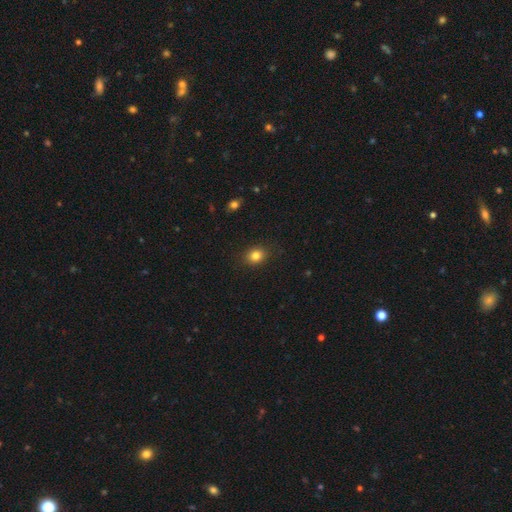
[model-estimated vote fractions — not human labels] Smooth or featured?
  - smooth: 83% *
  - star or artifact: 11%
  - featured or disk: 6%
How rounded?
  - round: 61% *
  - in between: 38%
  - cigar-shaped: 1%
Merging?
  - none: 88% *
  - minor disturbance: 9%
  - major disturbance: 2%
  - merger: 1%